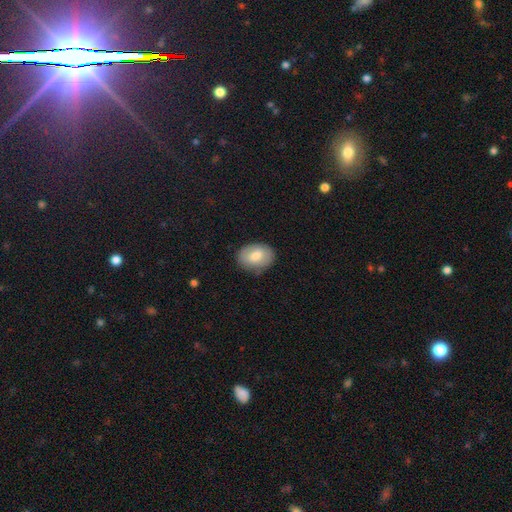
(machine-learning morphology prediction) smooth_or_featured: smooth (p=0.75) [alt: featured or disk p=0.18]
how_rounded: in between (p=0.78) [alt: round p=0.21]
merging: none (p=0.82) [alt: minor disturbance p=0.14]